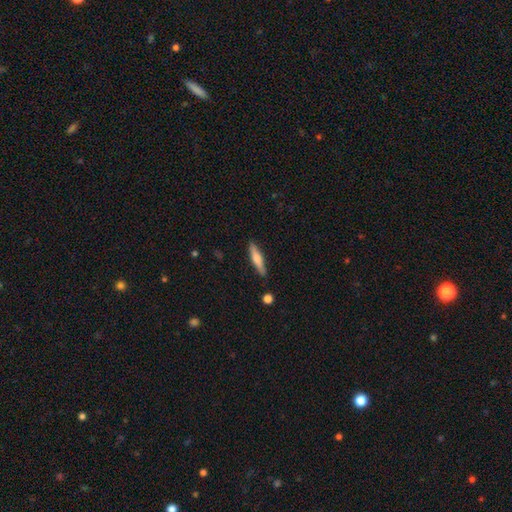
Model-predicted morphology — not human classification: Smooth or featured? Predicted: smooth (p=0.59). How rounded? Predicted: cigar-shaped (p=0.84). Merging? Predicted: none (p=0.87).